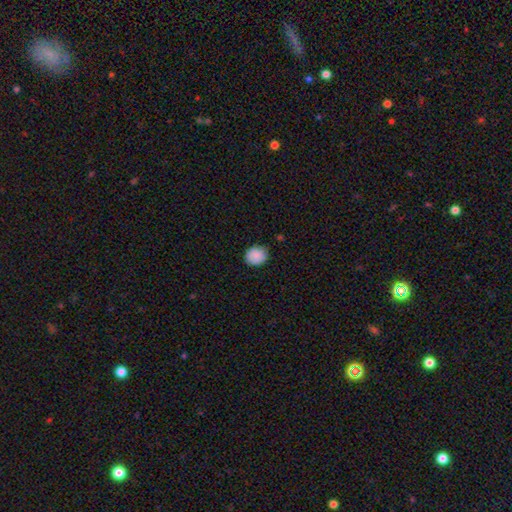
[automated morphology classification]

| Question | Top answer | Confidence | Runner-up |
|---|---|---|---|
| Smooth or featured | smooth | 89% | star or artifact (8%) |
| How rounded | round | 70% | in between (29%) |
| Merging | none | 84% | minor disturbance (13%) |